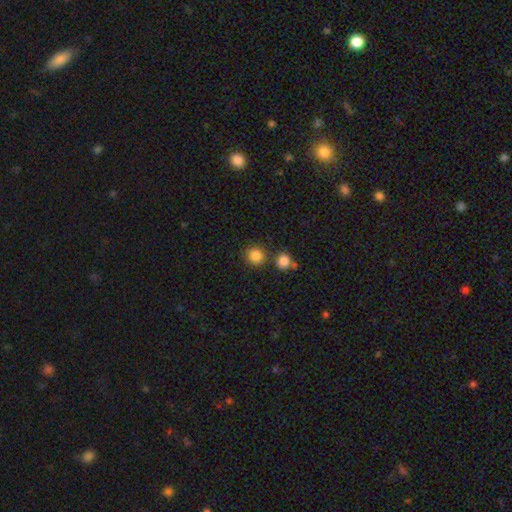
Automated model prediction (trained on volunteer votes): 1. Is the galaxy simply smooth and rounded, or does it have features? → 85% smooth, 11% star or artifact, 4% featured or disk.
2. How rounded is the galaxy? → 91% round, 8% in between, 1% cigar-shaped.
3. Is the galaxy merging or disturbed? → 79% none, 10% merger, 8% minor disturbance, 3% major disturbance.